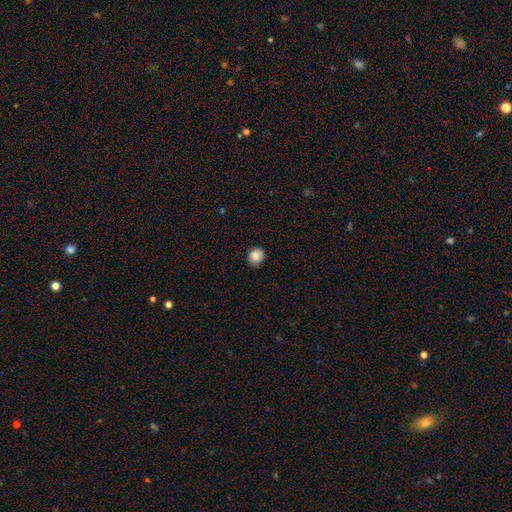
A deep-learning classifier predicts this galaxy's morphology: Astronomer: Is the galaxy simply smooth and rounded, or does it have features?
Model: smooth — 87%.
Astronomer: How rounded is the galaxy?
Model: round — 85%.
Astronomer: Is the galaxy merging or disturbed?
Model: none — 83%.